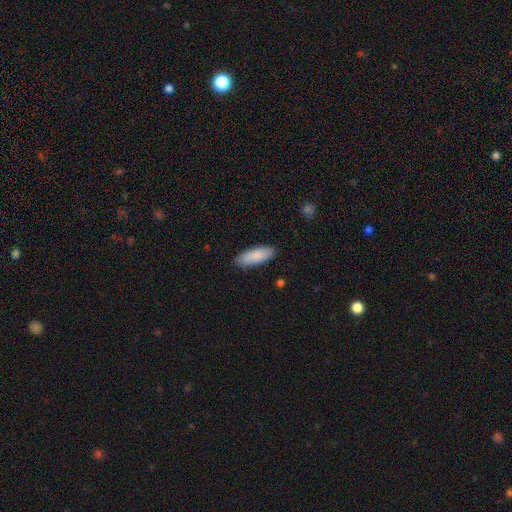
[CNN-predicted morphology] smooth 87%, featured or disk 8%, star or artifact 6%. Down the decision tree: how rounded — in between (72%); merging — none (85%).